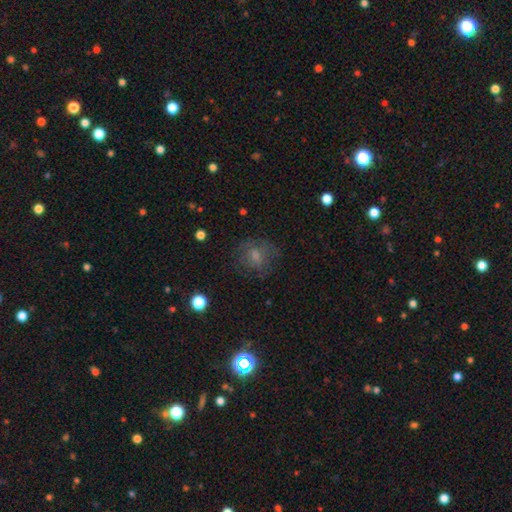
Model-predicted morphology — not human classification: Smooth or featured: smooth — 57% (featured or disk — 28%)
How rounded: round — 65% (in between — 33%)
Merging: none — 60% (minor disturbance — 20%)